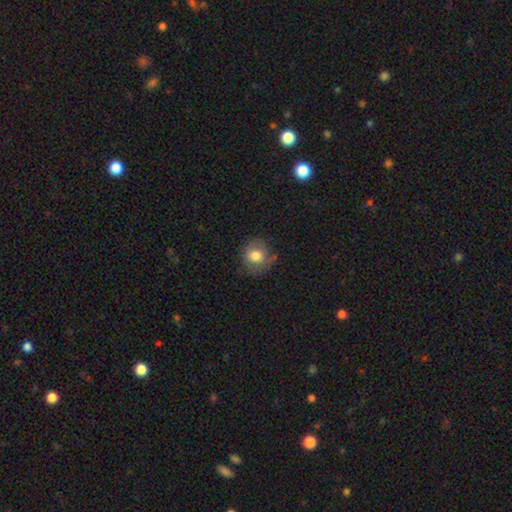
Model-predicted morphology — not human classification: smooth_or_featured: smooth (p=0.73) [alt: featured or disk p=0.18]
how_rounded: round (p=0.86) [alt: in between p=0.14]
merging: none (p=0.72) [alt: minor disturbance p=0.19]